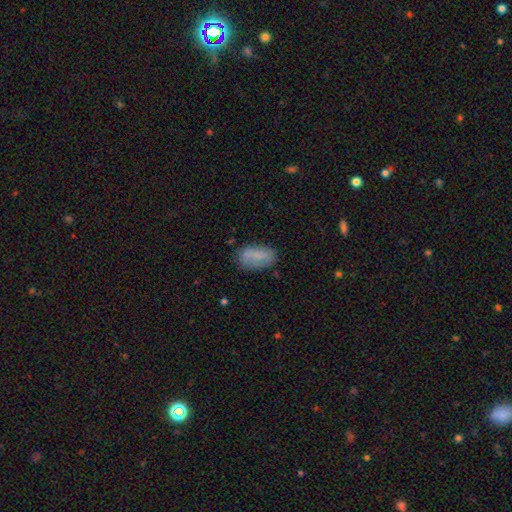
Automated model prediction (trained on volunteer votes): Q: Smooth or featured?
A: smooth (77%); runner-up: featured or disk (15%)
Q: How rounded?
A: in between (90%); runner-up: cigar-shaped (6%)
Q: Merging?
A: none (70%); runner-up: minor disturbance (21%)